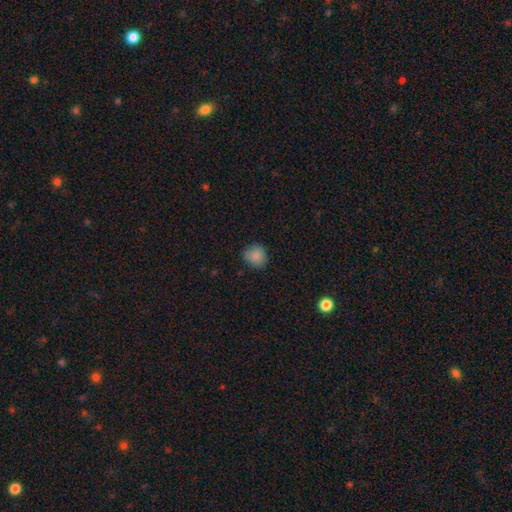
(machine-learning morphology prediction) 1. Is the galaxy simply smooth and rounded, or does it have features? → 85% smooth, 9% star or artifact, 6% featured or disk.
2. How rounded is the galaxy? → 81% round, 18% in between, 1% cigar-shaped.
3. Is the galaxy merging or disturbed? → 78% none, 17% minor disturbance, 3% major disturbance, 1% merger.